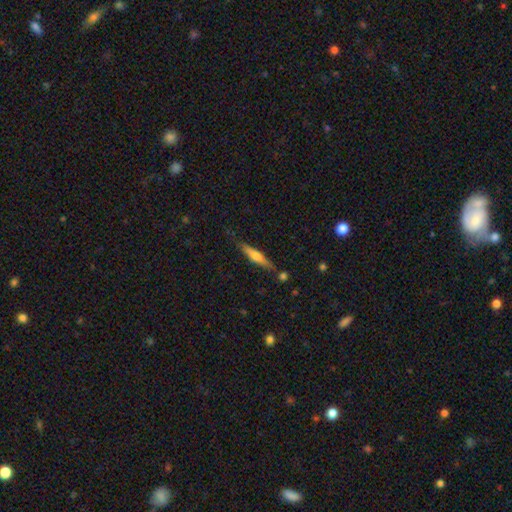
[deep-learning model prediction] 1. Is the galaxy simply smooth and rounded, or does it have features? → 49% smooth, 44% featured or disk, 6% star or artifact.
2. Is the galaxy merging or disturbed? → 77% none, 15% minor disturbance, 5% merger, 3% major disturbance.